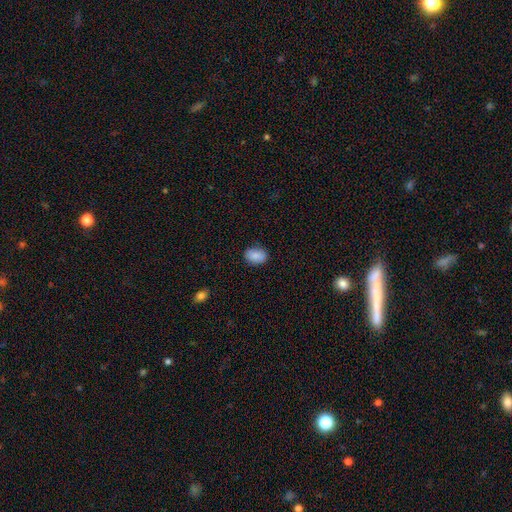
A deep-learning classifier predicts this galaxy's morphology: This is clearly a smooth galaxy (88%). How rounded: clearly in between (85%). Merging: clearly none (83%).